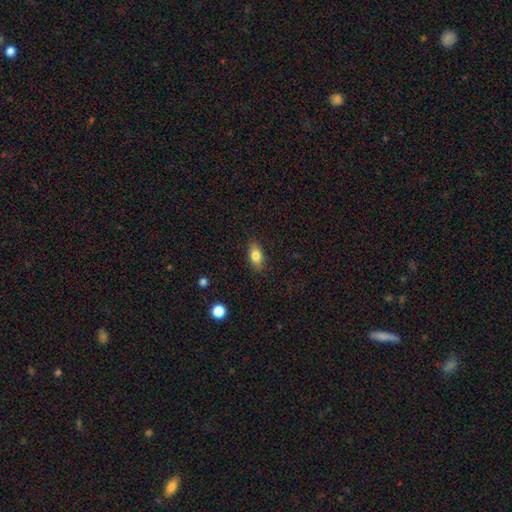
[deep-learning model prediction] smooth 80%, featured or disk 12%, star or artifact 8%. Down the decision tree: how rounded — in between (85%); merging — none (87%).